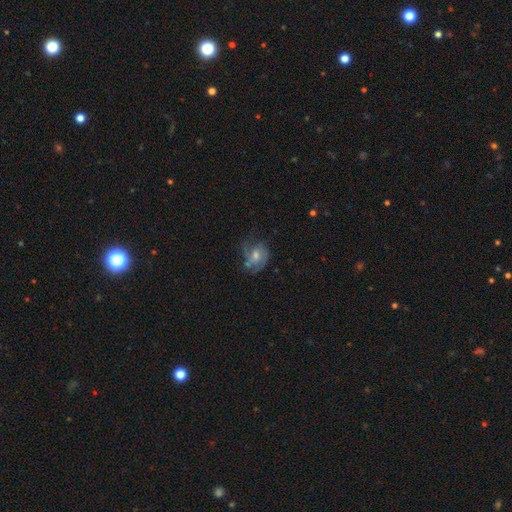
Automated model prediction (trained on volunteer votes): smooth_or_featured: featured or disk (p=0.69) [alt: smooth p=0.19]
disk_edge_on: no (p=0.97) [alt: yes p=0.03]
bar: no (p=0.60) [alt: weak p=0.34]
has_spiral_arms: yes (p=0.88) [alt: no p=0.12]
spiral_winding: medium (p=0.45) [alt: tight p=0.35]
spiral_arm_count: 2 (p=0.36) [alt: can't tell p=0.26]
bulge_size: moderate (p=0.57) [alt: small p=0.34]
merging: none (p=0.58) [alt: minor disturbance p=0.22]